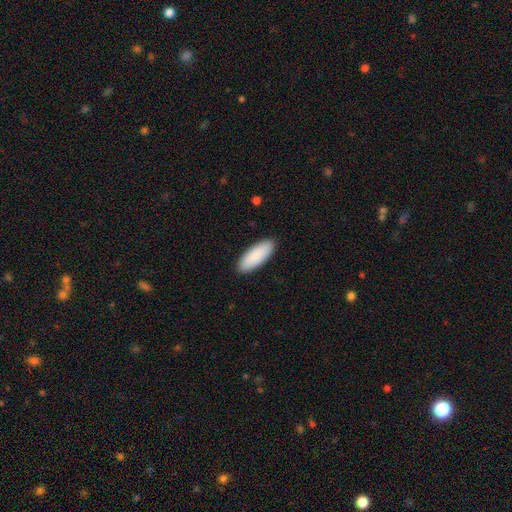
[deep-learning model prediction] Q: Smooth or featured?
A: smooth (89%); runner-up: featured or disk (6%)
Q: How rounded?
A: in between (75%); runner-up: cigar-shaped (23%)
Q: Merging?
A: none (90%); runner-up: minor disturbance (7%)